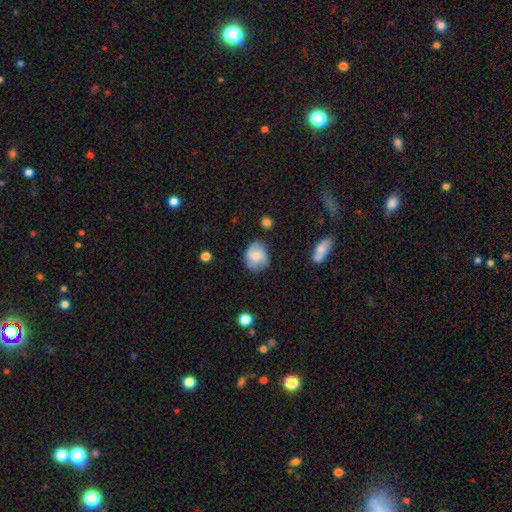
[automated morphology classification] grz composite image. It shows a smooth galaxy with no disk features (68%) that is round (53%). Merging: none (65%).